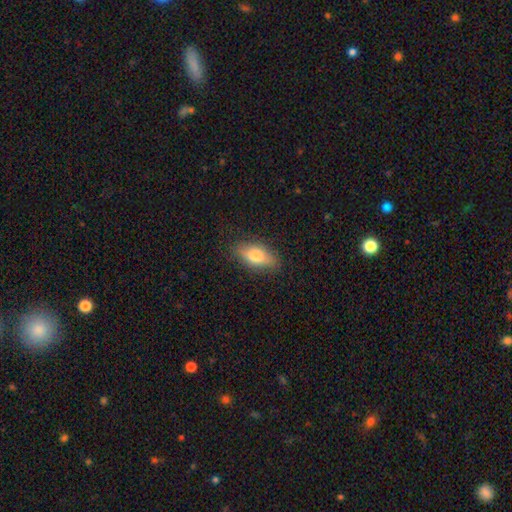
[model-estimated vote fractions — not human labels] A smooth galaxy with no disk features (73%) that is in between round and cigar-shaped (81%). Merging: none (84%).